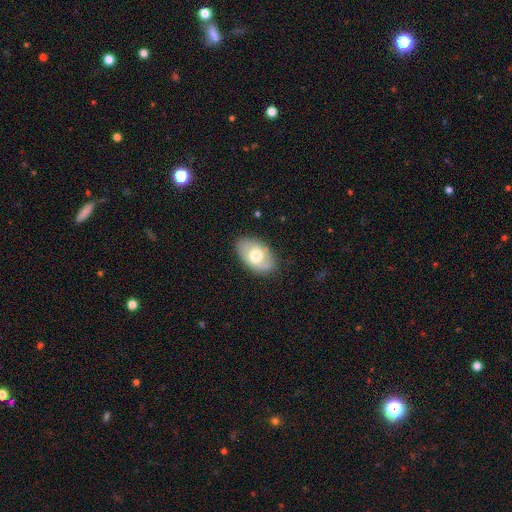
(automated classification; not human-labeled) Smooth or featured: smooth — 51% (featured or disk — 43%)
How rounded: in between — 89% (round — 9%)
Merging: none — 80% (minor disturbance — 15%)